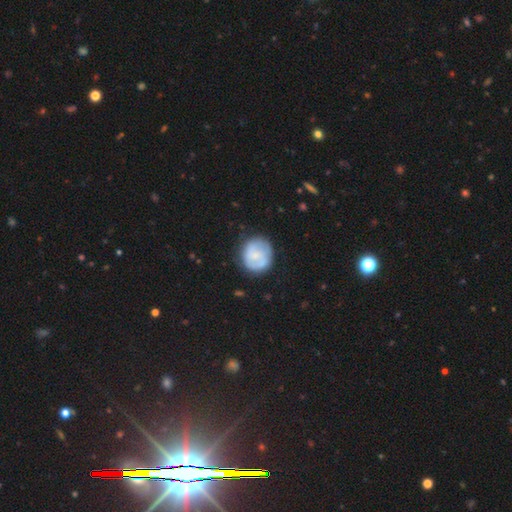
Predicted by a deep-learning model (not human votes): Smooth or featured? smooth (54%)
How rounded? round (86%)
Merging? none (73%)